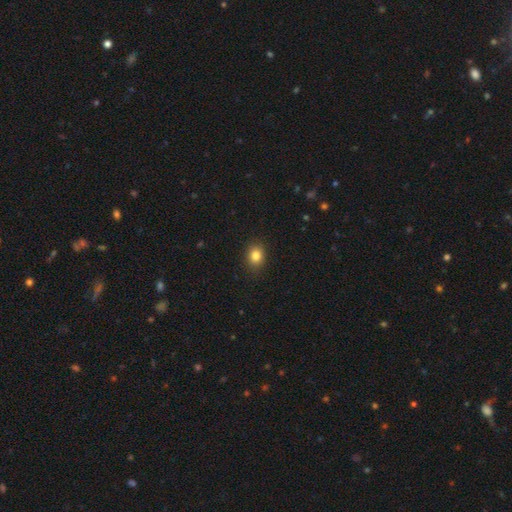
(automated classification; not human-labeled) Smooth or featured? Predicted: smooth (p=0.83). How rounded? Predicted: round (p=0.53). Merging? Predicted: none (p=0.89).